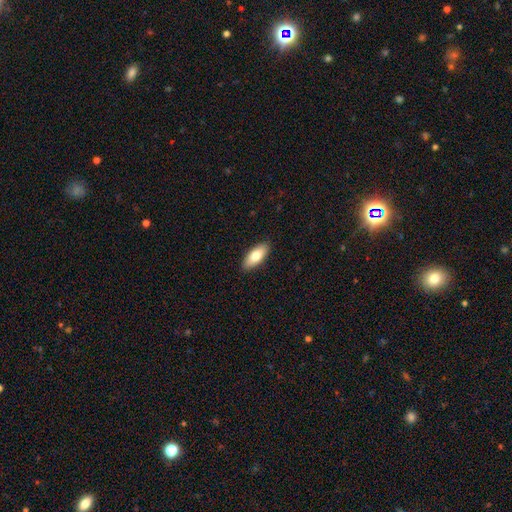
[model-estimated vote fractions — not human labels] This is likely a smooth galaxy (77%). How rounded: likely in between (79%). Merging: clearly none (90%).